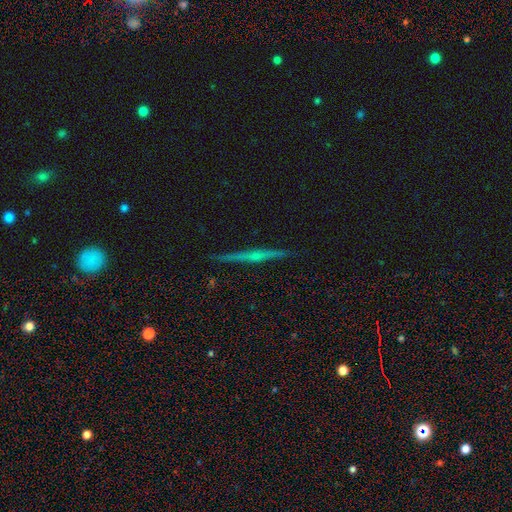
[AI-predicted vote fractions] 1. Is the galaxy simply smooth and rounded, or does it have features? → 74% featured or disk, 18% smooth, 8% star or artifact.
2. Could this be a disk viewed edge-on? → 98% yes, 2% no.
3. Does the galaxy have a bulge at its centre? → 54% rounded, 35% none, 10% boxy.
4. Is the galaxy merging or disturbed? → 92% none, 6% minor disturbance, 1% major disturbance, 1% merger.